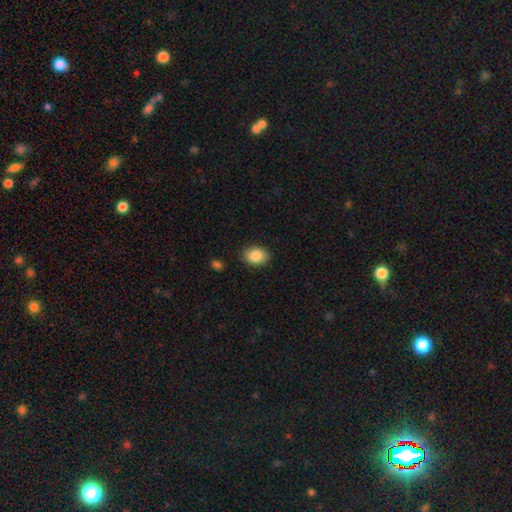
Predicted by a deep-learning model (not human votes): Q: Smooth or featured?
A: smooth (87%); runner-up: star or artifact (8%)
Q: How rounded?
A: in between (65%); runner-up: round (34%)
Q: Merging?
A: none (86%); runner-up: minor disturbance (10%)